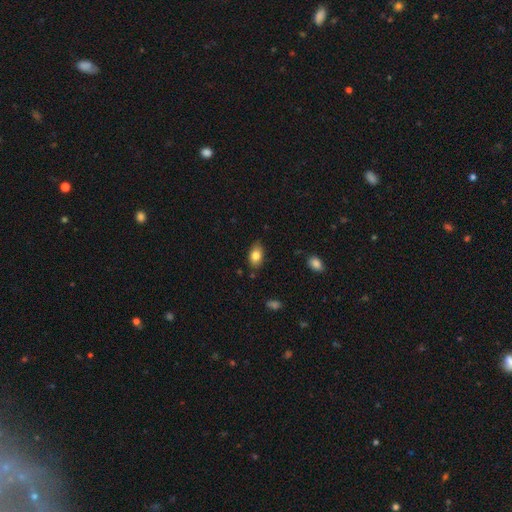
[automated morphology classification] smooth-or-featured: smooth: 82% | featured or disk: 10% | star or artifact: 8%
  how-rounded: in between: 87% | round: 11% | cigar-shaped: 2%
  merging: none: 79% | minor disturbance: 17% | major disturbance: 3% | merger: 2%